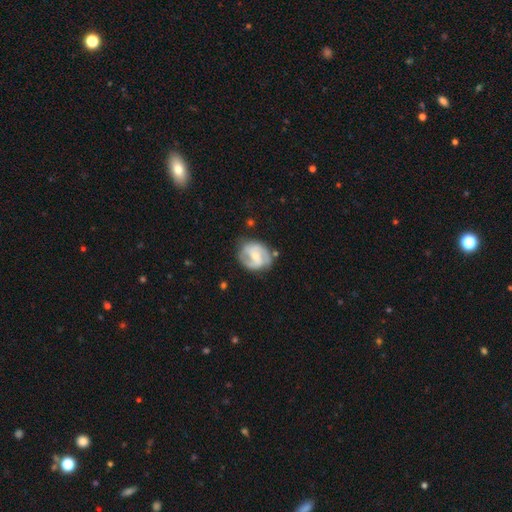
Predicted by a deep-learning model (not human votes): Morphology: type=featured or disk (77%); edge-on=no (97%); bar=weak (46%); spiral arms=yes (91%); winding=medium (48%); arm count=2 (77%); bulge=small (53%); merging=none (68%).